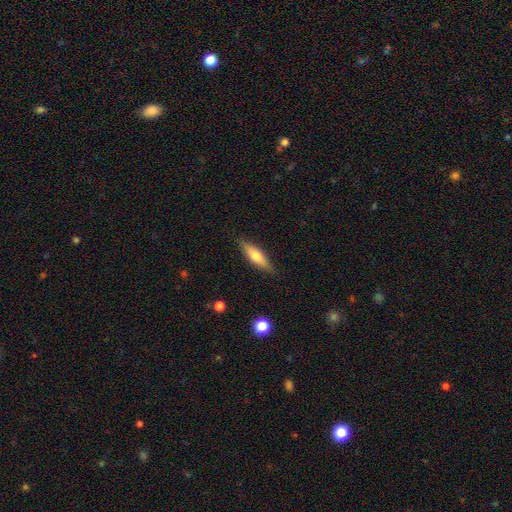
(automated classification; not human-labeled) This is likely a smooth galaxy (60%). How rounded: likely cigar-shaped (61%). Merging: clearly none (85%).